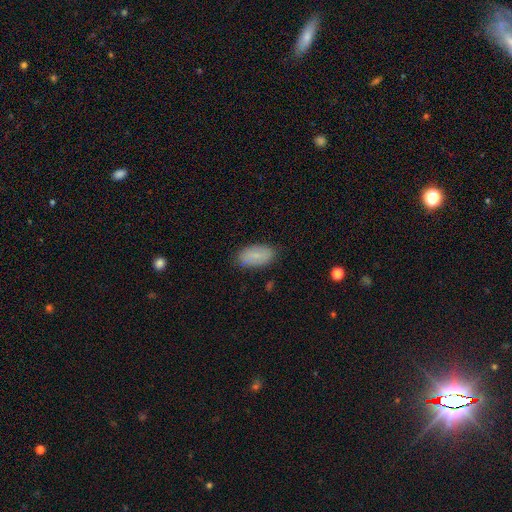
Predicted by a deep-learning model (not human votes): A smooth galaxy with no disk features (83%) that is in between round and cigar-shaped (93%).

Vote fractions:
- Smooth or featured? smooth: 83% / featured or disk: 10% / star or artifact: 7%
- How rounded? in between: 93% / round: 3% / cigar-shaped: 3%
- Merging? none: 84% / minor disturbance: 12% / major disturbance: 3% / merger: 1%